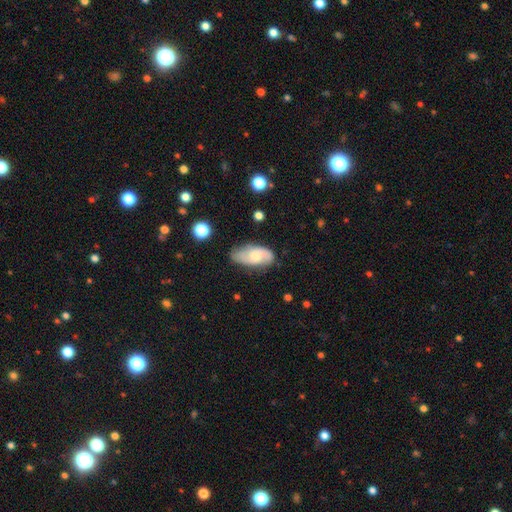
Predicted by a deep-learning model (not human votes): Smooth or featured?
  - featured or disk: 51% *
  - smooth: 42%
  - star or artifact: 7%
Edge-on disk?
  - no: 92% *
  - yes: 8%
Merging?
  - none: 68% *
  - minor disturbance: 24%
  - major disturbance: 6%
  - merger: 2%